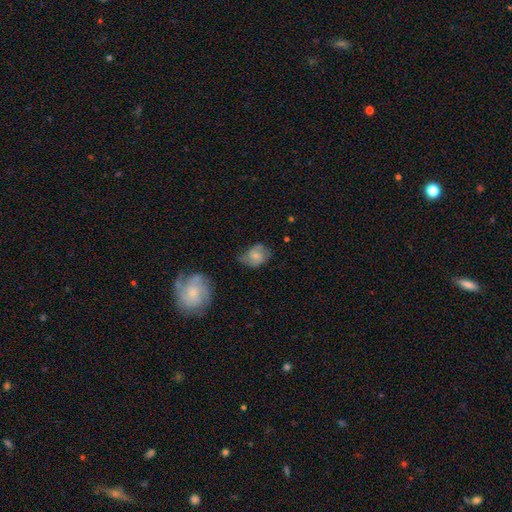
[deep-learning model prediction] Smooth or featured? Predicted: smooth (p=0.47). Merging? Predicted: none (p=0.49).